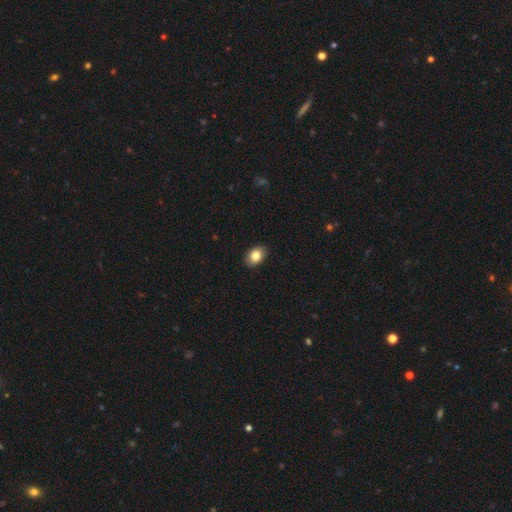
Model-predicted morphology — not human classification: type=smooth (83%); roundness=in between (79%); merging=none (90%).